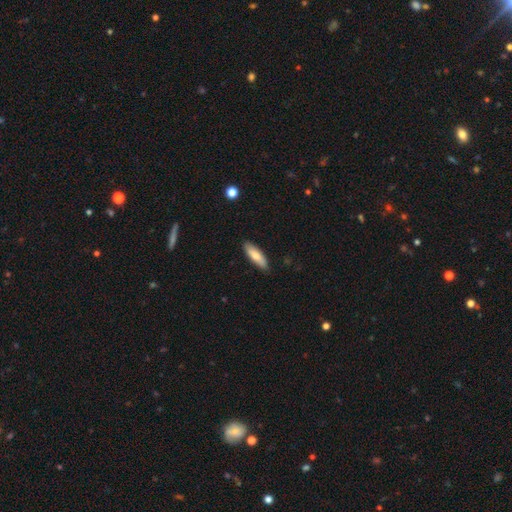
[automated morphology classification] A smooth galaxy with no disk features (77%) that is cigar-shaped (52%).

Vote fractions:
- Smooth or featured? smooth: 77% / featured or disk: 18% / star or artifact: 6%
- How rounded? cigar-shaped: 52% / in between: 46% / round: 2%
- Merging? none: 86% / minor disturbance: 11% / major disturbance: 2% / merger: 1%